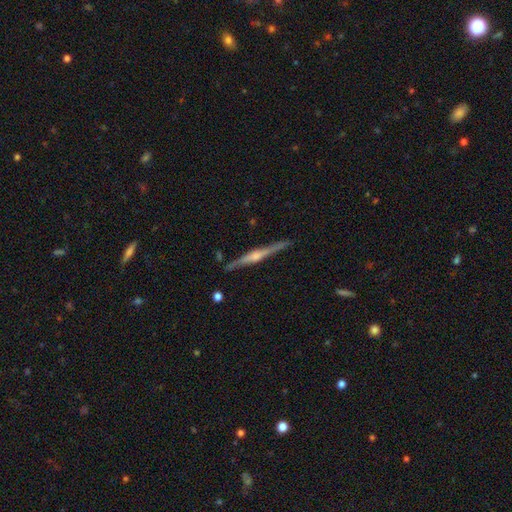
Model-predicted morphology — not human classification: smooth-or-featured: featured or disk: 82% | smooth: 13% | star or artifact: 5%
  disk-edge-on: yes: 98% | no: 2%
    edge-on-bulge: rounded: 74% | boxy: 17% | none: 9%
  merging: none: 89% | minor disturbance: 8% | merger: 2% | major disturbance: 2%